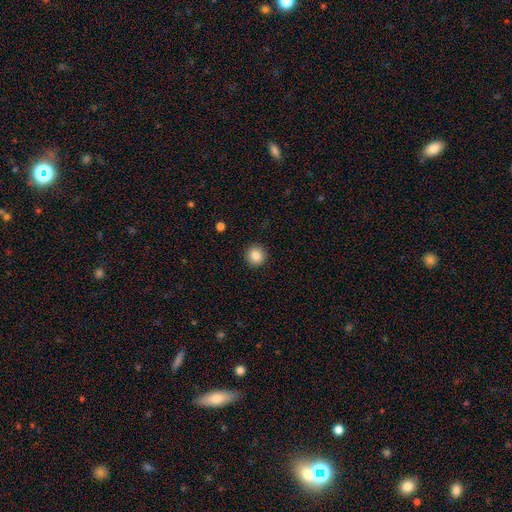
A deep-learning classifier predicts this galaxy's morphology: smooth-or-featured: smooth: 86% | star or artifact: 9% | featured or disk: 5%
  how-rounded: round: 94% | in between: 5% | cigar-shaped: 1%
  merging: none: 92% | minor disturbance: 5% | major disturbance: 2% | merger: 1%